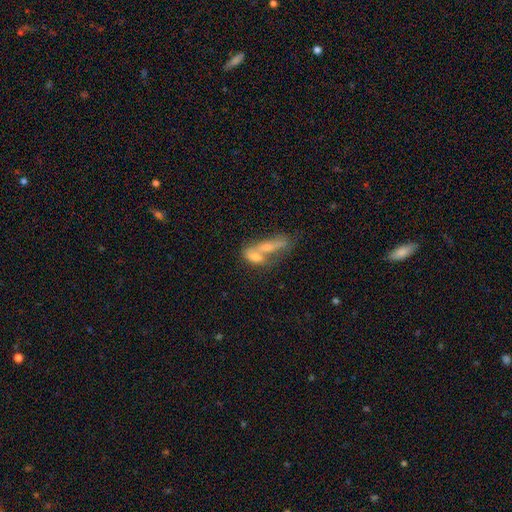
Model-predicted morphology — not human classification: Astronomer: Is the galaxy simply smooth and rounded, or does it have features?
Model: smooth — 57%.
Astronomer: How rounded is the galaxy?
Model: in between — 52% (runner-up: cigar-shaped, 41%).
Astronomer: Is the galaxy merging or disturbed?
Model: merger — 63%.